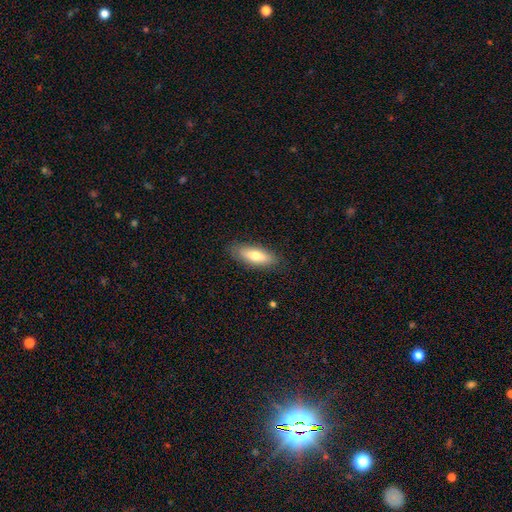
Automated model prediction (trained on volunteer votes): Smooth or featured? smooth (68%)
How rounded? in between (57%)
Merging? none (85%)